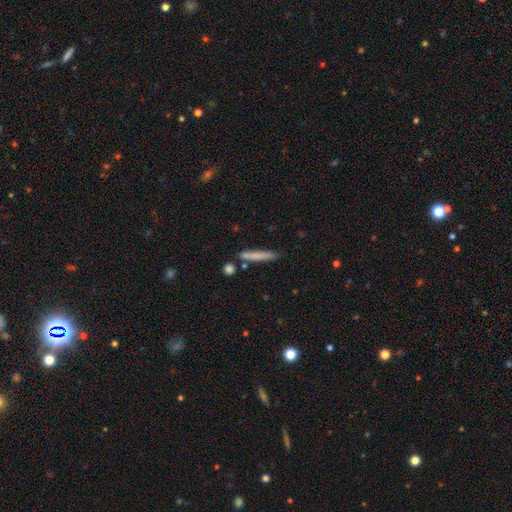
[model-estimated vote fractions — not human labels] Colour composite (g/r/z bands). It shows a smooth galaxy with no disk features (74%) that is cigar-shaped (93%). Merging: none (78%).